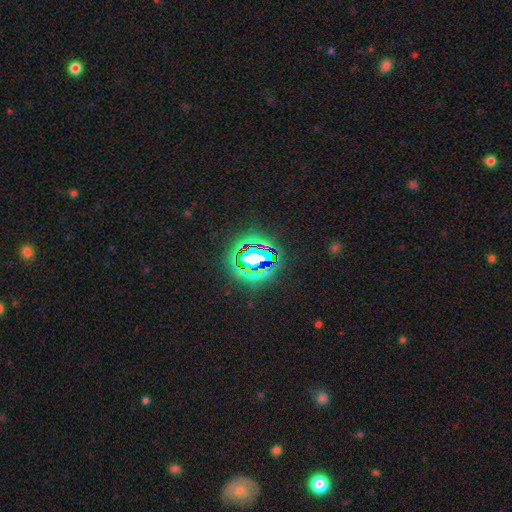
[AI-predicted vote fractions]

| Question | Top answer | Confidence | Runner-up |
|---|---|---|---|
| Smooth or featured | star or artifact | 76% | smooth (13%) |